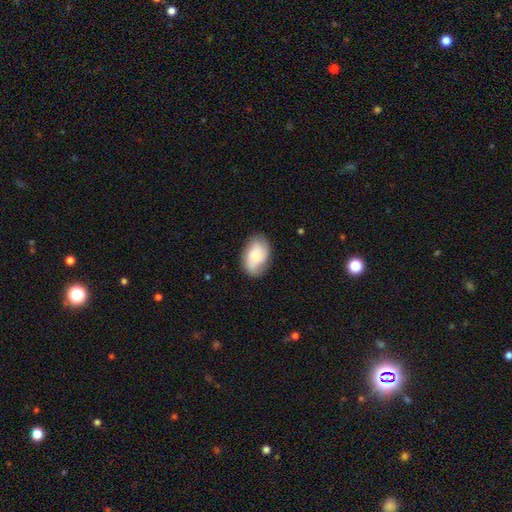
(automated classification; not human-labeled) A smooth galaxy with no disk features (62%) that is in between round and cigar-shaped (89%).

Vote fractions:
- Smooth or featured? smooth: 62% / featured or disk: 31% / star or artifact: 7%
- How rounded? in between: 89% / round: 10% / cigar-shaped: 1%
- Merging? none: 76% / minor disturbance: 18% / major disturbance: 5% / merger: 1%